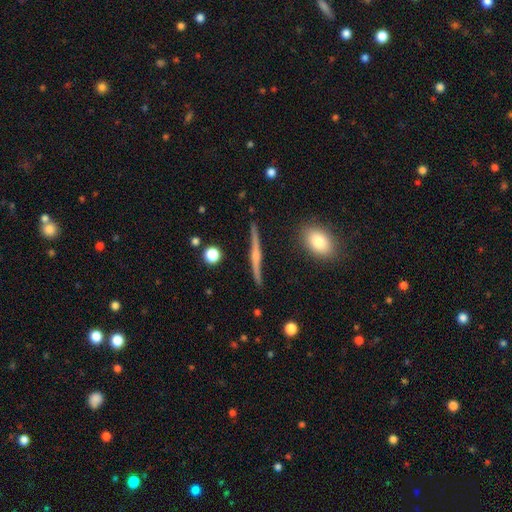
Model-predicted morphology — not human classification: The model was most divided on "edge-on bulge": rounded: 75%, none: 14%, boxy: 10%. More confident: edge-on disk — yes (97%); merging — none (88%); smooth or featured — featured or disk (78%).